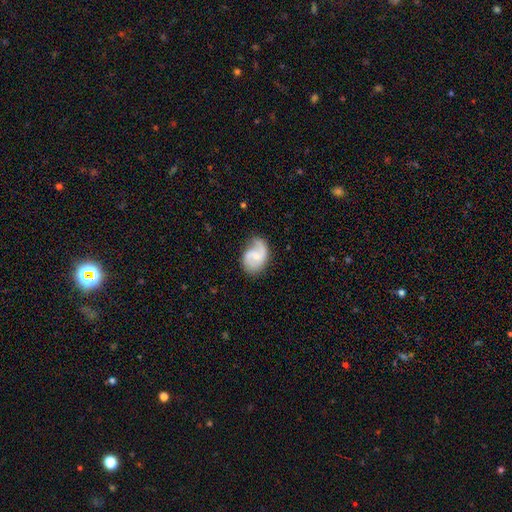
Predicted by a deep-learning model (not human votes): A featured or disk galaxy (76%) with a weak bar (50%), 2 (77%) medium (46%) spiral arms (95%) and a small central bulge (55%). Merging: none (65%).